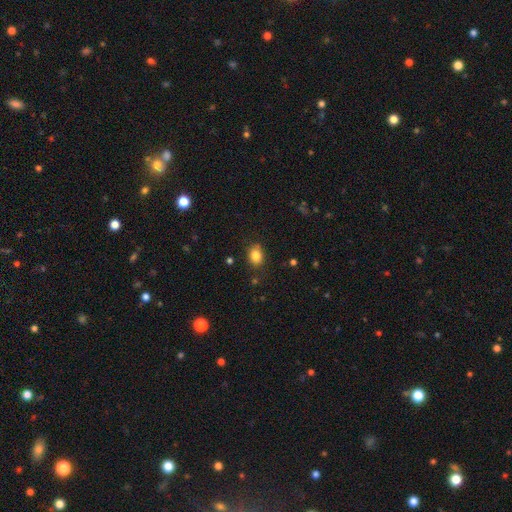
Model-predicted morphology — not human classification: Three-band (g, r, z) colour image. It shows a smooth galaxy with no disk features (83%) that is in between round and cigar-shaped (61%). Merging: none (80%).